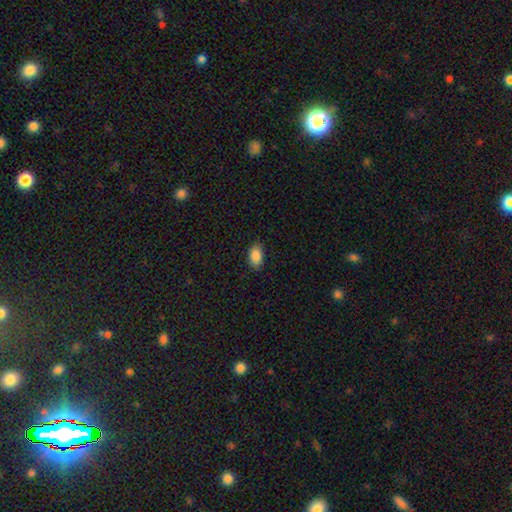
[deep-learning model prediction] Smooth or featured? Predicted: smooth (p=0.88). How rounded? Predicted: in between (p=0.91). Merging? Predicted: none (p=0.87).